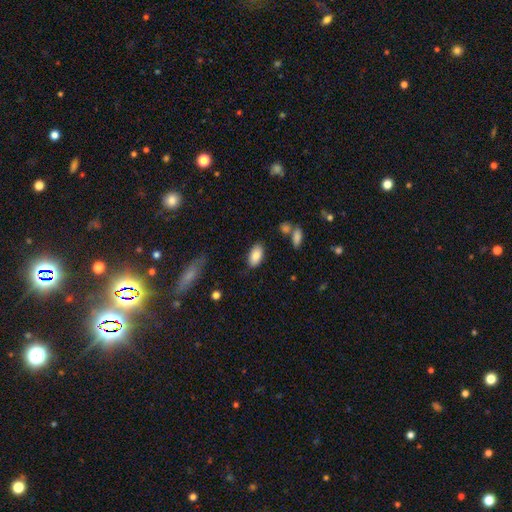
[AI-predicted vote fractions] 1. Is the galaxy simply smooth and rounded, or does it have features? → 85% smooth, 8% featured or disk, 7% star or artifact.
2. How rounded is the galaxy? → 94% in between, 3% round, 3% cigar-shaped.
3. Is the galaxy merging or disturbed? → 81% none, 13% minor disturbance, 3% major disturbance, 3% merger.